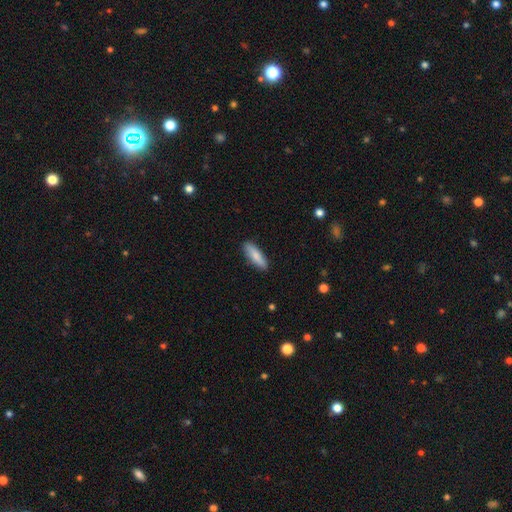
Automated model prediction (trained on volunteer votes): smooth-or-featured: smooth: 81% | featured or disk: 14% | star or artifact: 6%
  how-rounded: cigar-shaped: 60% | in between: 39% | round: 2%
  merging: none: 88% | minor disturbance: 9% | major disturbance: 2% | merger: 1%